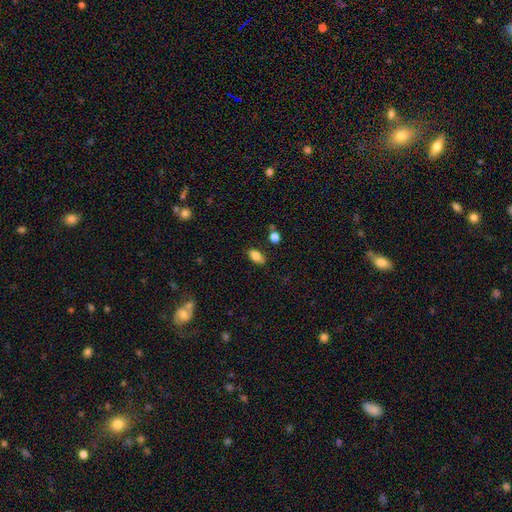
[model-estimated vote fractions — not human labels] smooth-or-featured: smooth: 83% | star or artifact: 9% | featured or disk: 8%
  how-rounded: in between: 88% | round: 7% | cigar-shaped: 5%
  merging: none: 75% | minor disturbance: 17% | merger: 4% | major disturbance: 4%